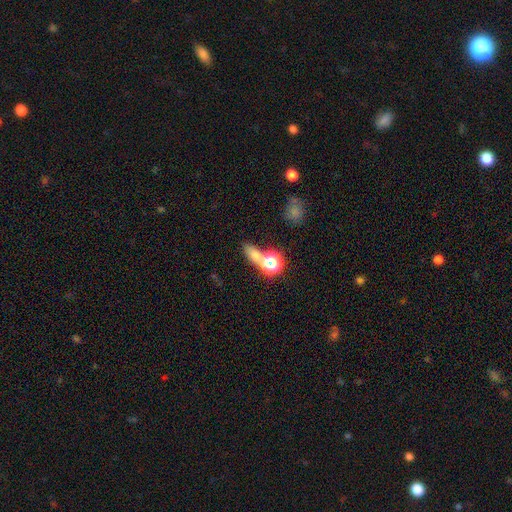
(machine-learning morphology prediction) Smooth or featured? smooth (64%)
How rounded? in between (53%)
Merging? none (53%)